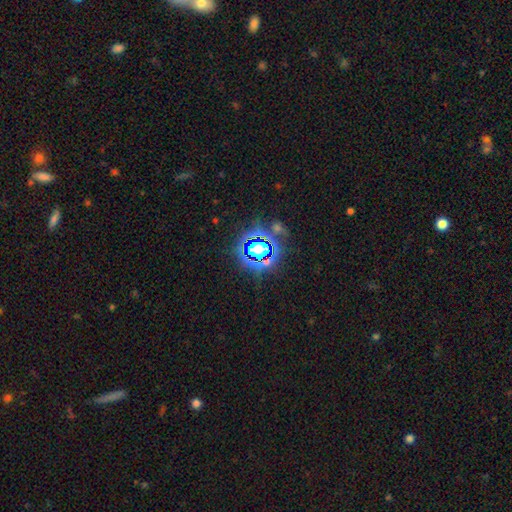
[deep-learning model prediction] The model was most divided on "smooth or featured": star or artifact: 80%, smooth: 13%, featured or disk: 7%.